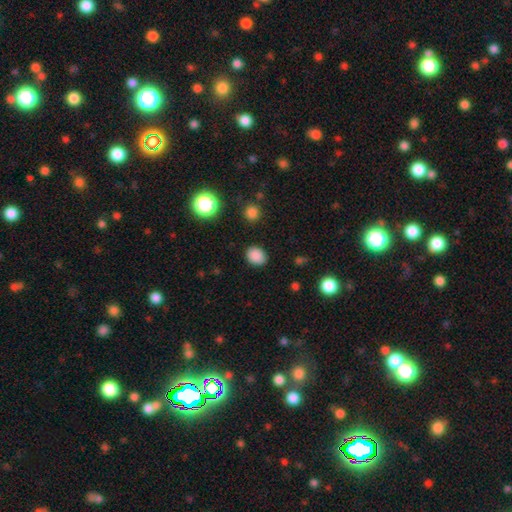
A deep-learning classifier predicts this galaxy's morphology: smooth 86%, star or artifact 11%, featured or disk 4%. Down the decision tree: how rounded — round (50%, tied with in between); merging — none (86%).